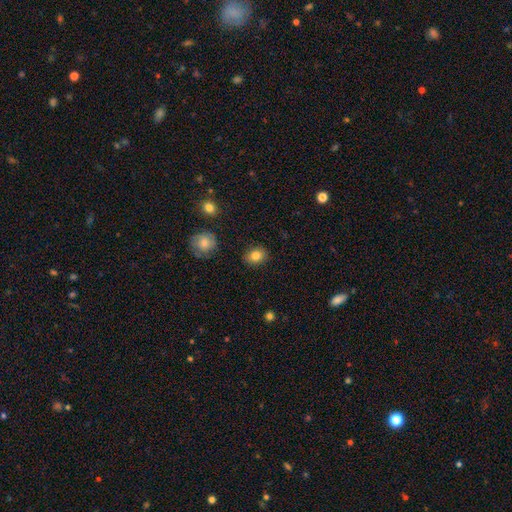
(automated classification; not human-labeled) This is clearly a smooth galaxy (83%). How rounded: possibly in between (51%). Merging: clearly none (88%).